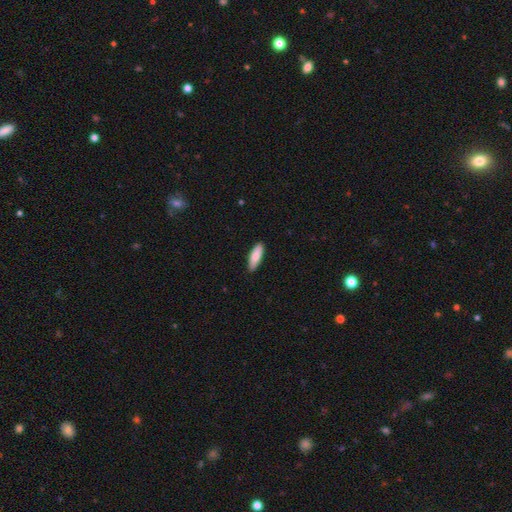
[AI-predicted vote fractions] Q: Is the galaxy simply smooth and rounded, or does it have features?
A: smooth — 84%.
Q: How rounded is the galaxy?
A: in between — 51%.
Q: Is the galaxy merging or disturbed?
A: none — 89%.